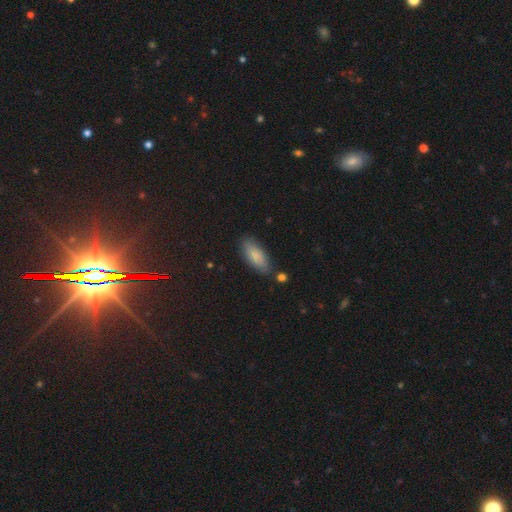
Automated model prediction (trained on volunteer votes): Morphology: type=smooth (82%); roundness=in between (78%); merging=none (79%).